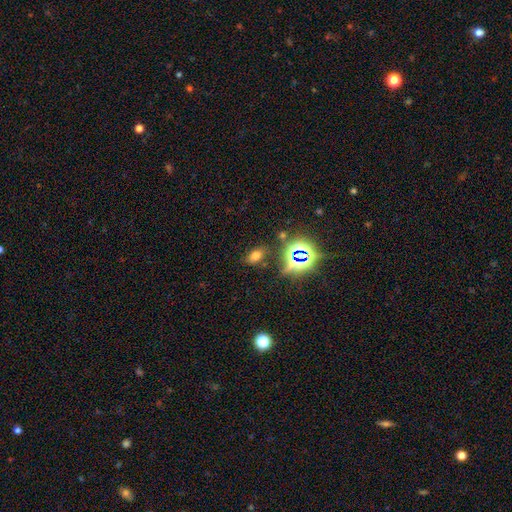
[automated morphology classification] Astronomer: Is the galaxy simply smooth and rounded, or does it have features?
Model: smooth — 59%.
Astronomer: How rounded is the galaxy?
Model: in between — 85%.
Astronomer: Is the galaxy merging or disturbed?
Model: none — 79%.